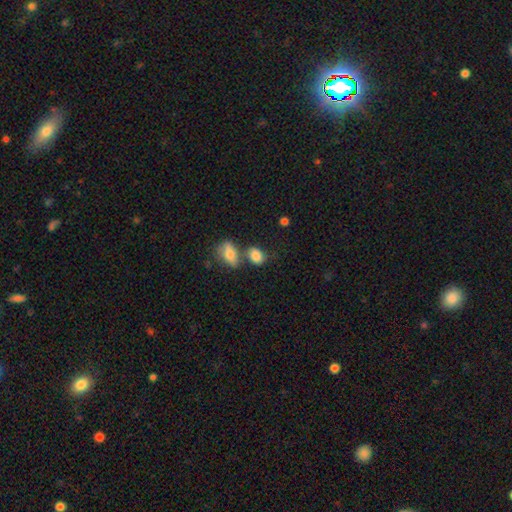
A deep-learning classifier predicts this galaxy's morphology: Smooth or featured: smooth — 83% (star or artifact — 9%)
How rounded: in between — 69% (round — 28%)
Merging: none — 46% (merger — 32%)